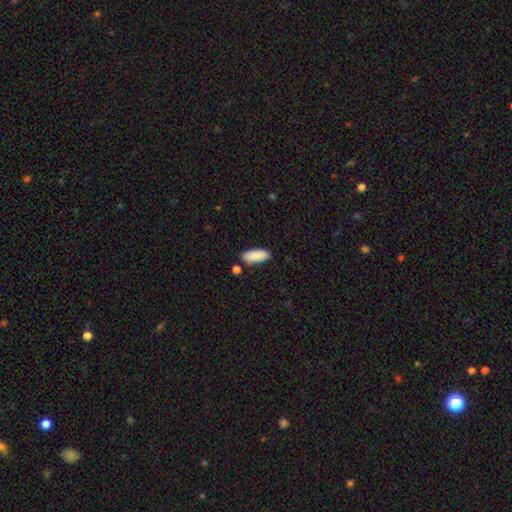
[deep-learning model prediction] smooth_or_featured: smooth (p=0.89) [alt: star or artifact p=0.06]
how_rounded: in between (p=0.75) [alt: cigar-shaped p=0.23]
merging: none (p=0.78) [alt: minor disturbance p=0.13]